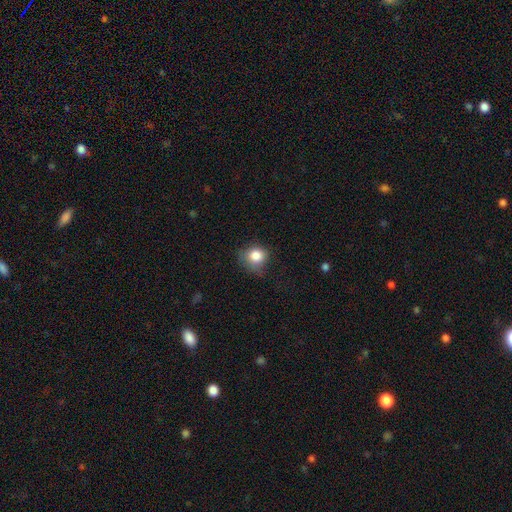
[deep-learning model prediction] This is clearly a smooth galaxy (83%). How rounded: clearly round (81%). Merging: possibly none (59%).